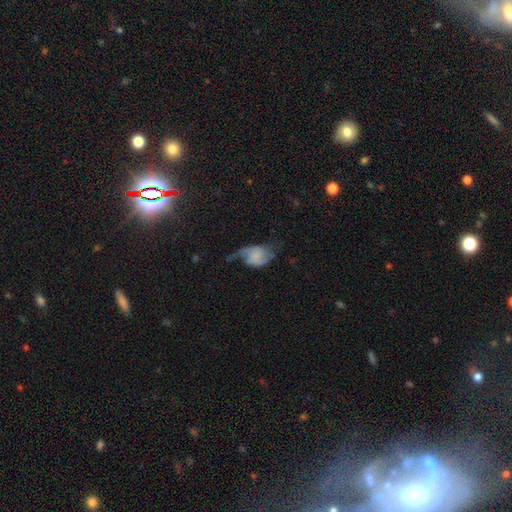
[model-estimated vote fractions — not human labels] This appears to be a featured or disk galaxy (52%) with no bar (69%), spiral arms (81%) and no central bulge (57%). Merging: major disturbance (38%).